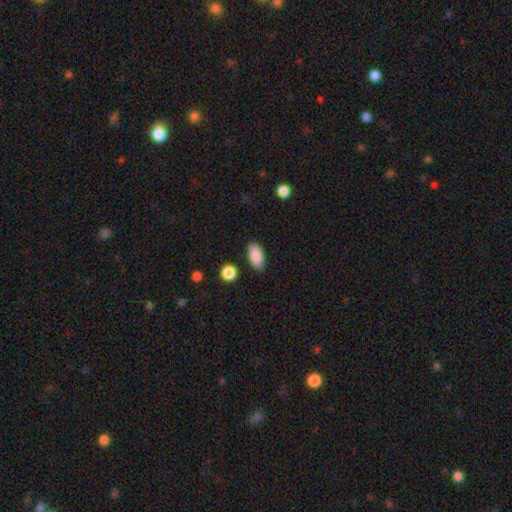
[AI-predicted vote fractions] Smooth or featured? smooth (88%)
How rounded? in between (90%)
Merging? none (86%)